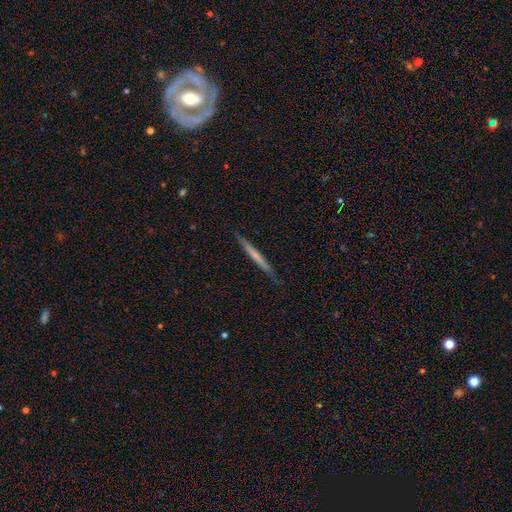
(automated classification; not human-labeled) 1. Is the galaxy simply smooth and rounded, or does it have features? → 51% smooth, 43% featured or disk, 5% star or artifact.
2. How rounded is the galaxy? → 97% cigar-shaped, 2% in between, 1% round.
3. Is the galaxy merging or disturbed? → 87% none, 10% minor disturbance, 2% major disturbance, 1% merger.